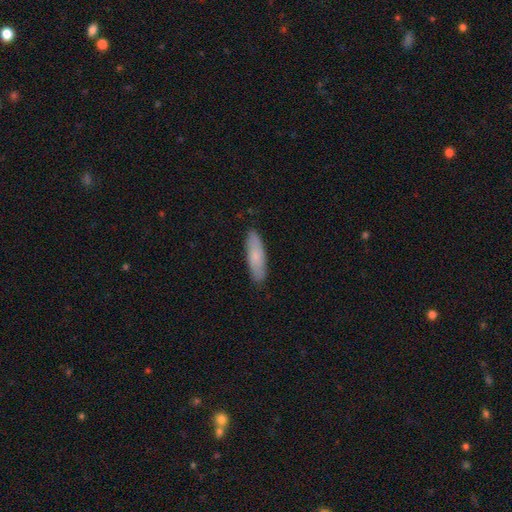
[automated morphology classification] Overall: smooth (74%). How rounded: cigar-shaped (56%; in between 42%). Merging: none (87%).